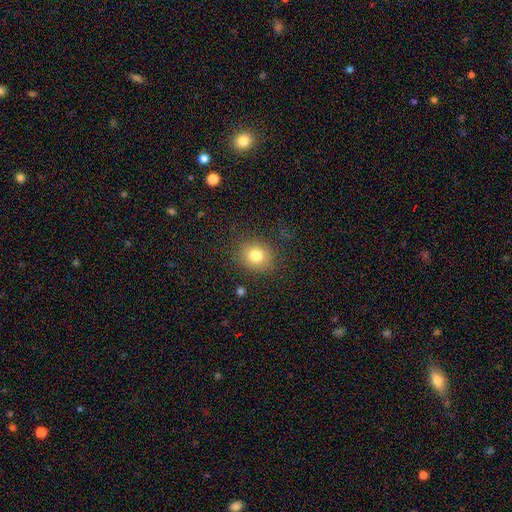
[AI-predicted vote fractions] This appears to be a smooth galaxy with no disk features (80%) that is round (70%). Merging: none (84%).